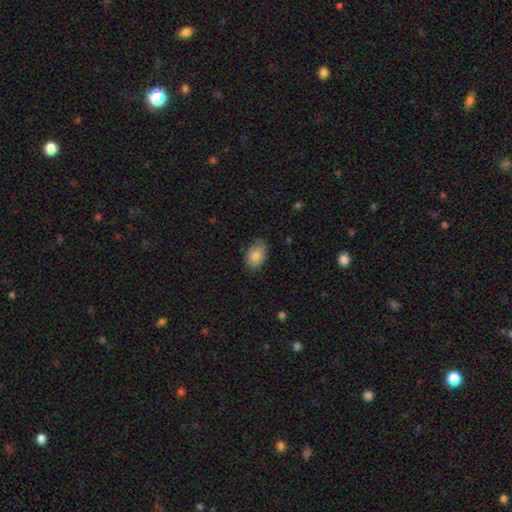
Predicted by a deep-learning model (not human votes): The model was most divided on "merging": none: 70%, minor disturbance: 25%, major disturbance: 4%, merger: 1%. More confident: how rounded — in between (87%); smooth or featured — smooth (83%).